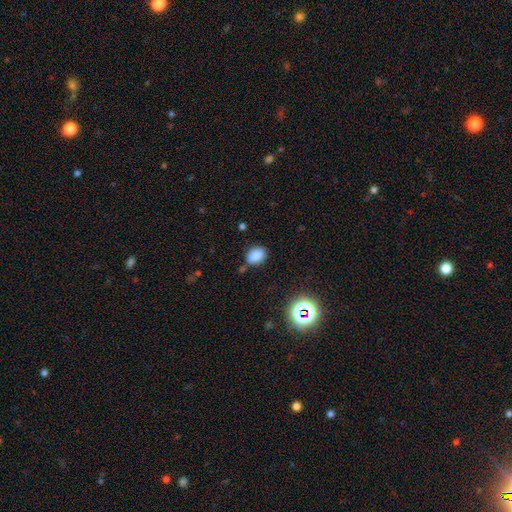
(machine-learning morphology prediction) Smooth or featured?
  - smooth: 82% *
  - star or artifact: 13%
  - featured or disk: 6%
How rounded?
  - in between: 64% *
  - round: 35%
  - cigar-shaped: 1%
Merging?
  - none: 72% *
  - minor disturbance: 17%
  - merger: 6%
  - major disturbance: 4%